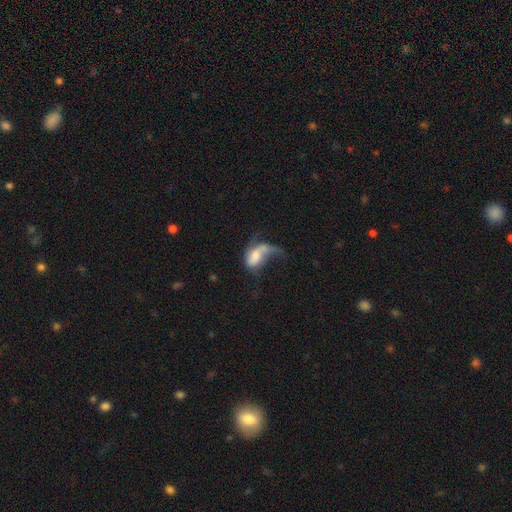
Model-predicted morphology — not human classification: smooth 46% (tied), featured or disk 46% (tied), star or artifact 9%. Down the decision tree: merging — major disturbance (52%).